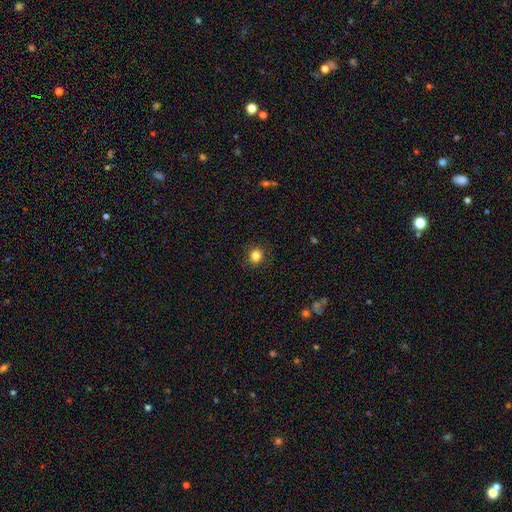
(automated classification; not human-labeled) This is clearly a smooth galaxy (84%). How rounded: clearly round (83%). Merging: clearly none (90%).